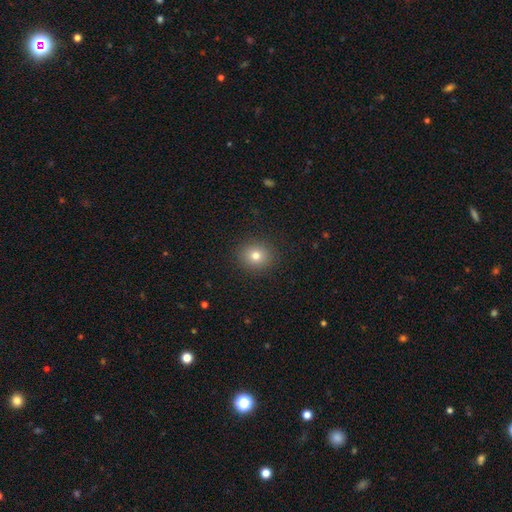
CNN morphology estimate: type=smooth (77%); roundness=round (83%); merging=none (90%).